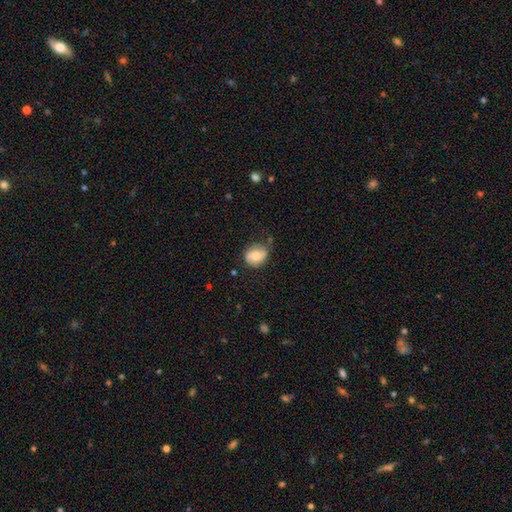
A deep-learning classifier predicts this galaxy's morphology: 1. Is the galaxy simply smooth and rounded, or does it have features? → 62% smooth, 30% featured or disk, 8% star or artifact.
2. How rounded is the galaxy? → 62% round, 36% in between, 1% cigar-shaped.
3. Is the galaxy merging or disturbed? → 68% none, 24% minor disturbance, 6% major disturbance, 2% merger.